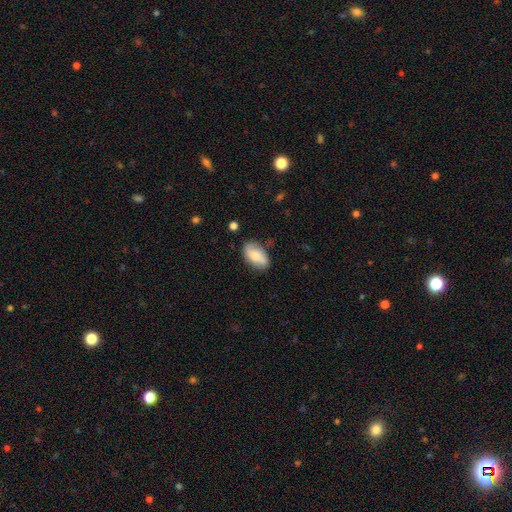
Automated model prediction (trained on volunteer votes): smooth_or_featured: smooth (p=0.72) [alt: featured or disk p=0.21]
how_rounded: in between (p=0.93) [alt: round p=0.04]
merging: none (p=0.78) [alt: minor disturbance p=0.17]